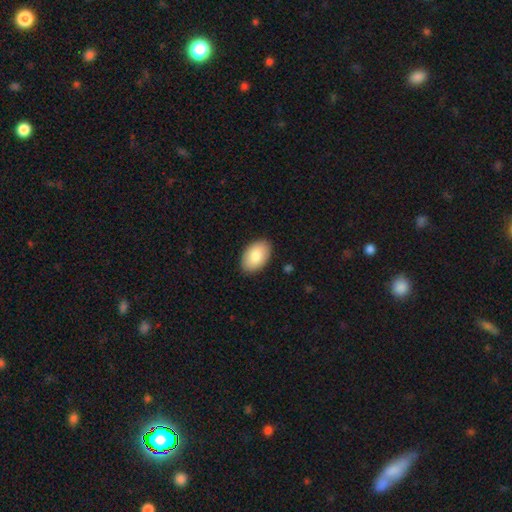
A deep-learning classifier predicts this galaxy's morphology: Smooth or featured? Predicted: smooth (p=0.85). How rounded? Predicted: in between (p=0.94). Merging? Predicted: none (p=0.88).